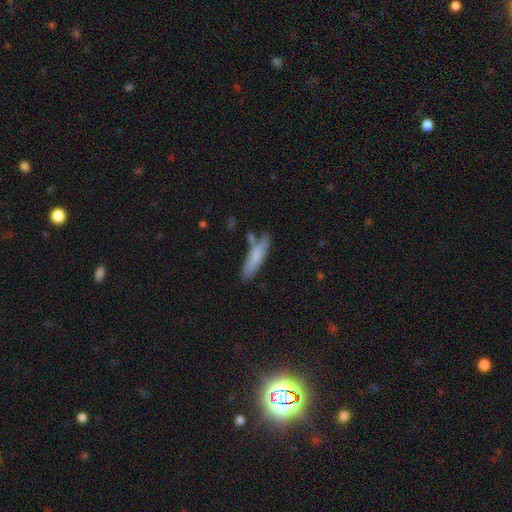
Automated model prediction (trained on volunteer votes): This appears to be a smooth galaxy with no disk features (77%) that is cigar-shaped (77%). Merging: none (71%).